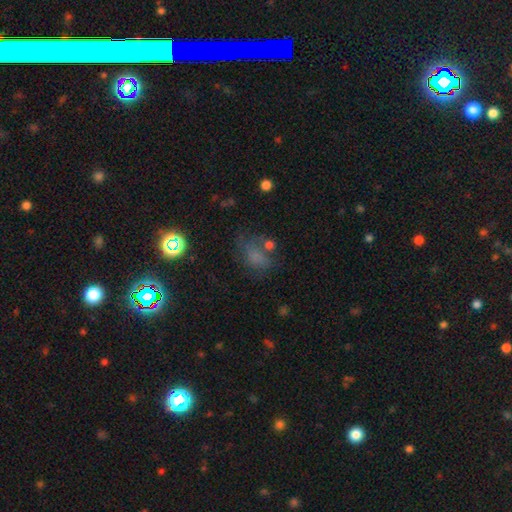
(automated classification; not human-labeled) A smooth galaxy with no disk features (52%) that is in between round and cigar-shaped (62%).

Vote fractions:
- Smooth or featured? smooth: 52% / star or artifact: 27% / featured or disk: 21%
- How rounded? in between: 62% / round: 36% / cigar-shaped: 2%
- Merging? none: 46% / minor disturbance: 23% / major disturbance: 21% / merger: 10%